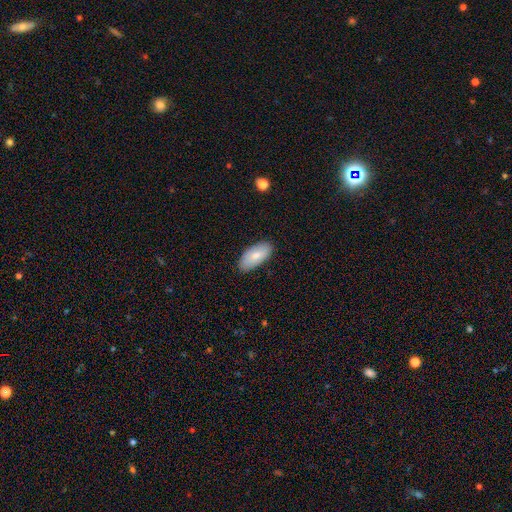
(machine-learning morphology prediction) This is likely a smooth galaxy (75%). How rounded: clearly in between (93%). Merging: clearly none (85%).